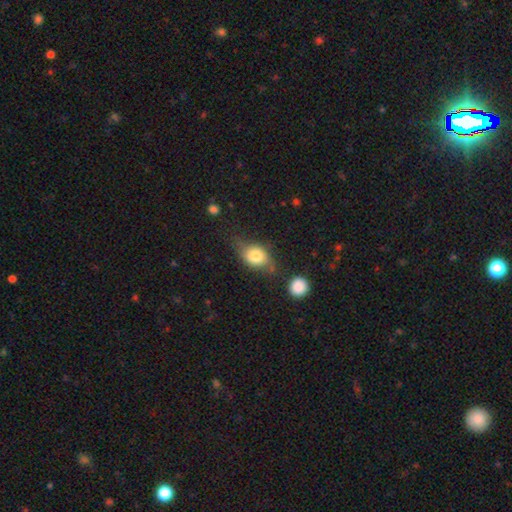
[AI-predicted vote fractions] Smooth or featured?
  - smooth: 72% *
  - featured or disk: 20%
  - star or artifact: 9%
How rounded?
  - in between: 60% *
  - round: 37%
  - cigar-shaped: 3%
Merging?
  - none: 53% *
  - minor disturbance: 28%
  - major disturbance: 12%
  - merger: 7%